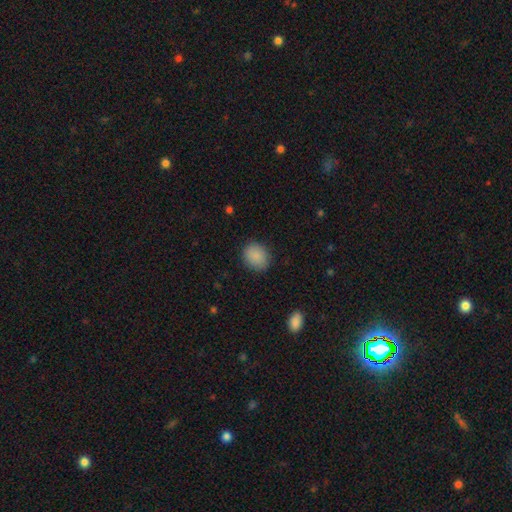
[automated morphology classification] Smooth or featured? smooth (88%)
How rounded? round (60%)
Merging? none (86%)